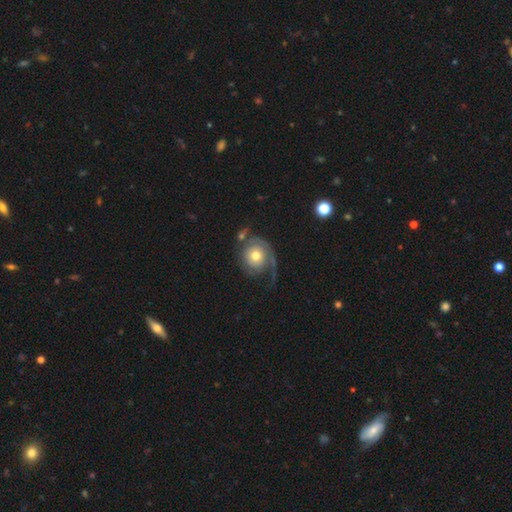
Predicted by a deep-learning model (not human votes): Smooth or featured: featured or disk — 71% (smooth — 23%)
Edge-on disk: no — 97% (yes — 3%)
Bar: no — 82% (weak — 15%)
Spiral arms: yes — 88% (no — 12%)
Spiral winding: tight — 38% (medium — 32%)
Spiral arm count: 1 — 45% (2 — 40%)
Bulge size: moderate — 67% (small — 20%)
Merging: none — 44% (major disturbance — 27%)